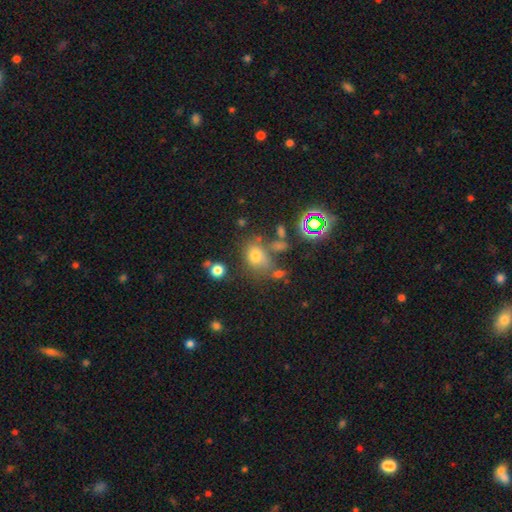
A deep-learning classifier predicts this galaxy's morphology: A smooth galaxy with no disk features (66%) that is in between round and cigar-shaped (53%). Merging: none (57%).